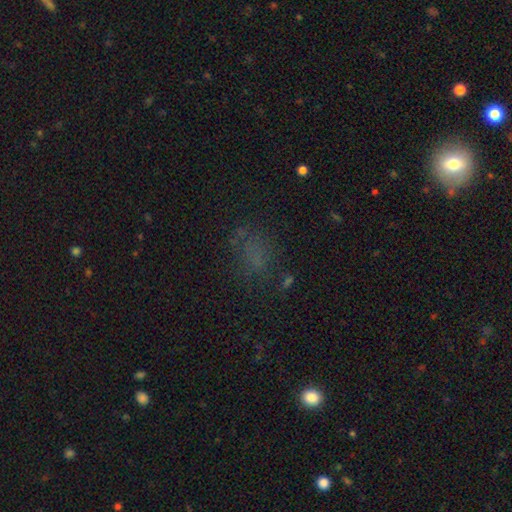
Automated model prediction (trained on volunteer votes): A smooth galaxy with no disk features (52%) that is in between round and cigar-shaped (64%). Merging: none (60%).